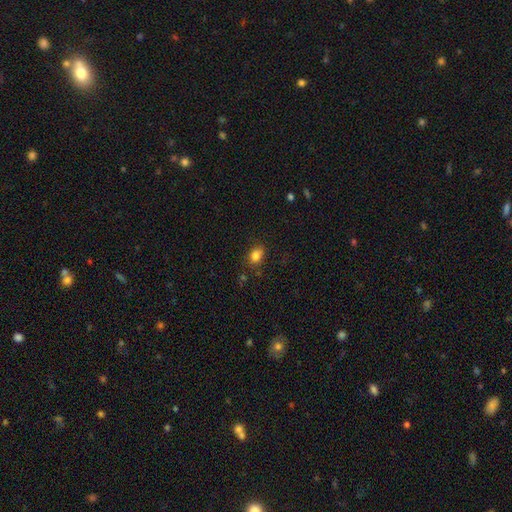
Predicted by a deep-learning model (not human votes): A smooth galaxy with no disk features (82%) that is in between round and cigar-shaped (65%). Merging: none (78%).